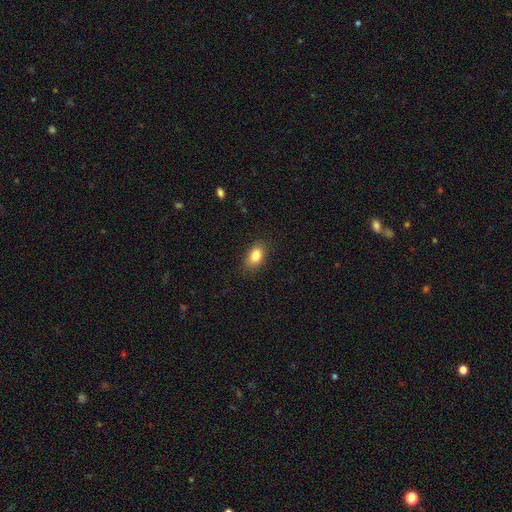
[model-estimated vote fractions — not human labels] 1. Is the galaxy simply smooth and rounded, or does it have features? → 84% smooth, 8% star or artifact, 8% featured or disk.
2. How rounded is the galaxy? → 85% in between, 12% round, 3% cigar-shaped.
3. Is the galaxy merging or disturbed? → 84% none, 12% minor disturbance, 3% major disturbance, 1% merger.